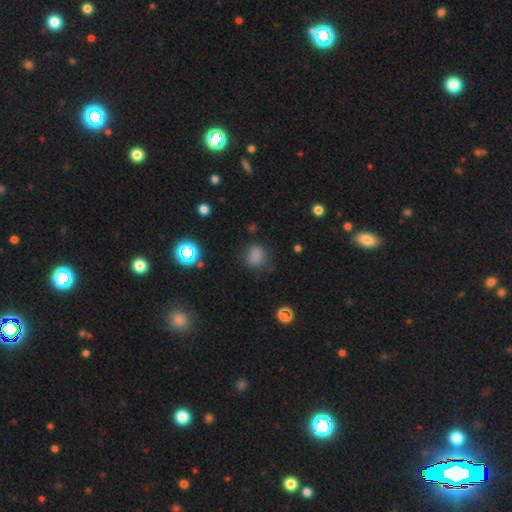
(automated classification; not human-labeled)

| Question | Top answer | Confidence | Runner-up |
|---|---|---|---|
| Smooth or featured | smooth | 73% | star or artifact (18%) |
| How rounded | round | 51% | in between (47%) |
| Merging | none | 68% | minor disturbance (20%) |